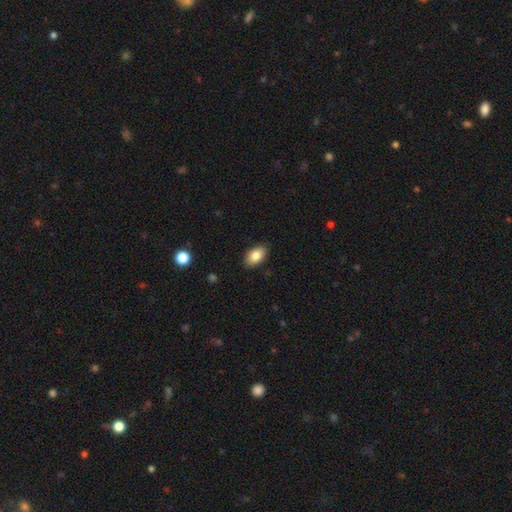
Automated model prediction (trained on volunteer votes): Morphology: type=smooth (84%); roundness=in between (92%); merging=none (88%).